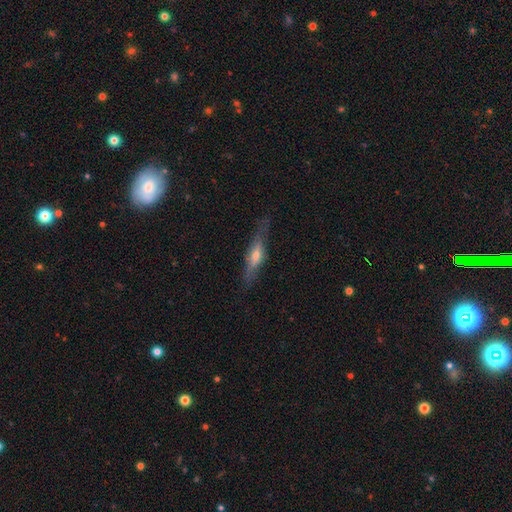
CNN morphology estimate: Smooth or featured?
  - featured or disk: 59% *
  - smooth: 34%
  - star or artifact: 7%
Edge-on disk?
  - yes: 87% *
  - no: 13%
Edge-on bulge?
  - rounded: 76% *
  - none: 13%
  - boxy: 11%
Merging?
  - none: 77% *
  - minor disturbance: 16%
  - major disturbance: 5%
  - merger: 1%